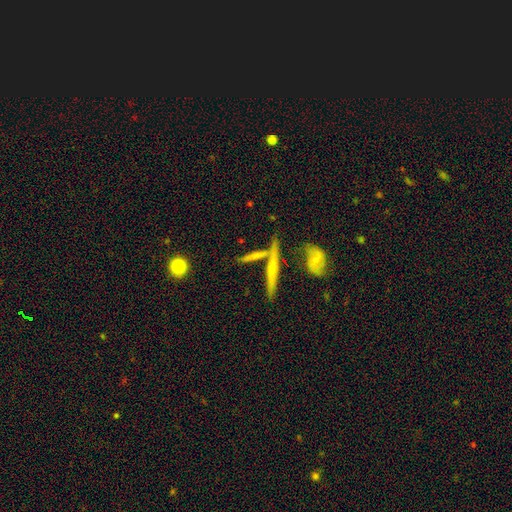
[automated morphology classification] The model was most divided on "smooth or featured": featured or disk: 53%, smooth: 38%, star or artifact: 9%. More confident: edge-on disk — yes (87%); merging — none (59%).